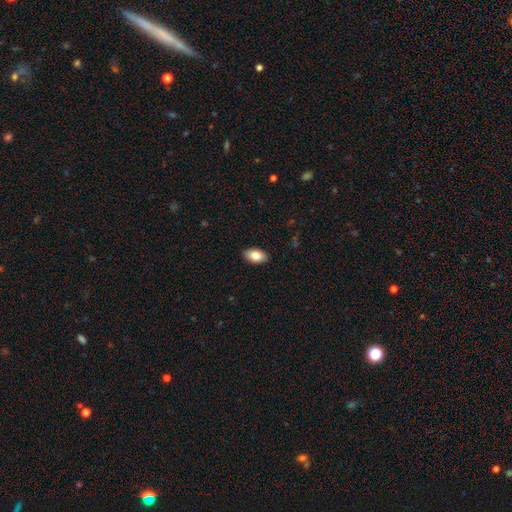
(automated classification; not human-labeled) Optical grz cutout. It shows a smooth galaxy with no disk features (83%) that is in between round and cigar-shaped (94%). Merging: none (89%).